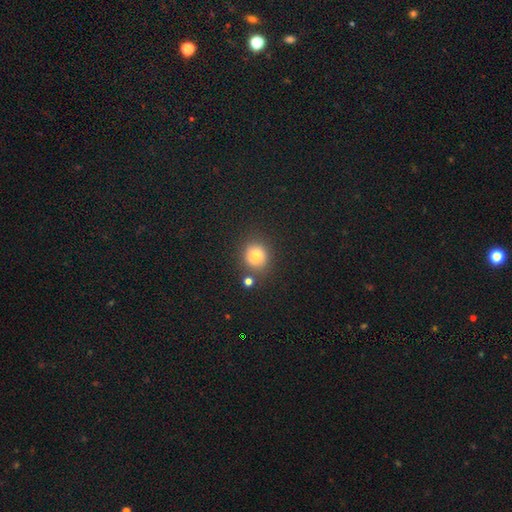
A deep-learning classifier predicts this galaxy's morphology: The model was most divided on "smooth or featured": smooth: 77%, star or artifact: 14%, featured or disk: 9%. More confident: how rounded — round (86%); merging — none (79%).